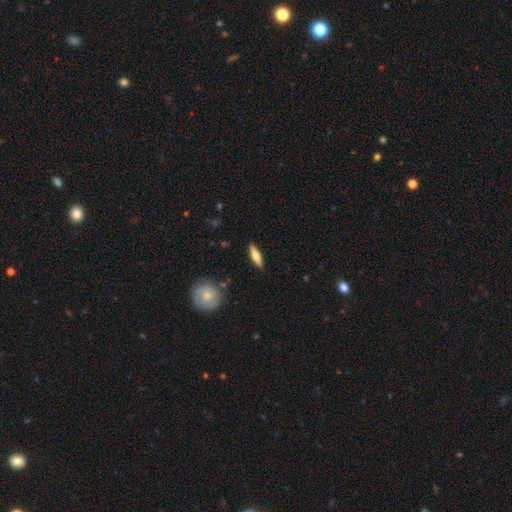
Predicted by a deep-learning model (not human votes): Smooth or featured? smooth (54%)
How rounded? cigar-shaped (64%)
Merging? none (88%)